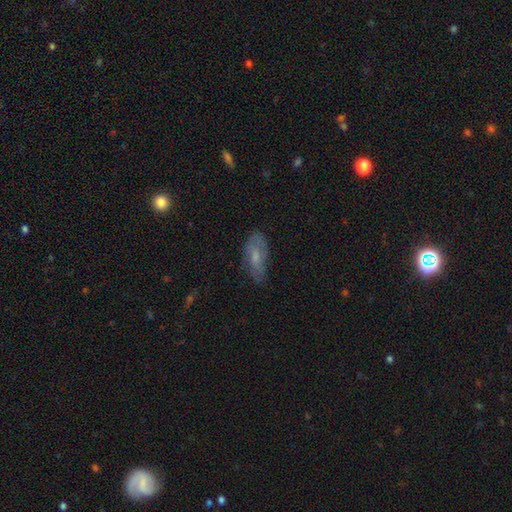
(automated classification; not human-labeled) Q: Smooth or featured?
A: smooth (49%); runner-up: featured or disk (42%)
Q: Merging?
A: none (68%); runner-up: minor disturbance (23%)